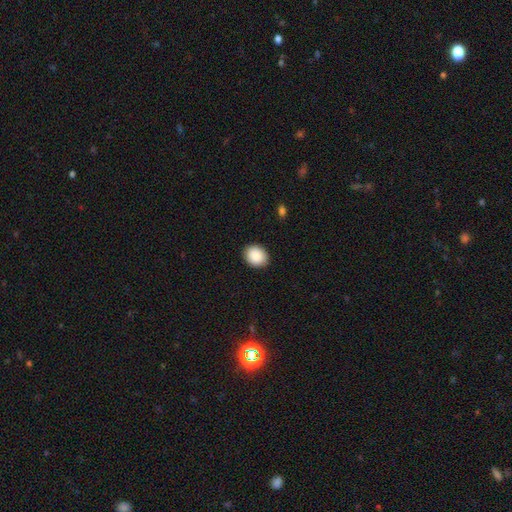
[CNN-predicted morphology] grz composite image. It shows a smooth galaxy with no disk features (90%) that is round (52%). Merging: none (89%).